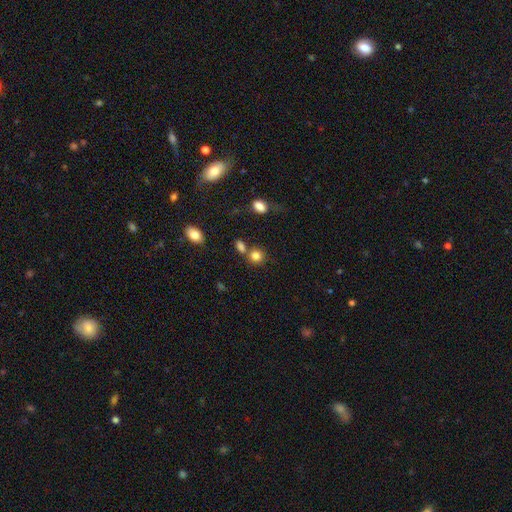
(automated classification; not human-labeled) A smooth galaxy with no disk features (83%) that is round (81%). Merging: none (62%).